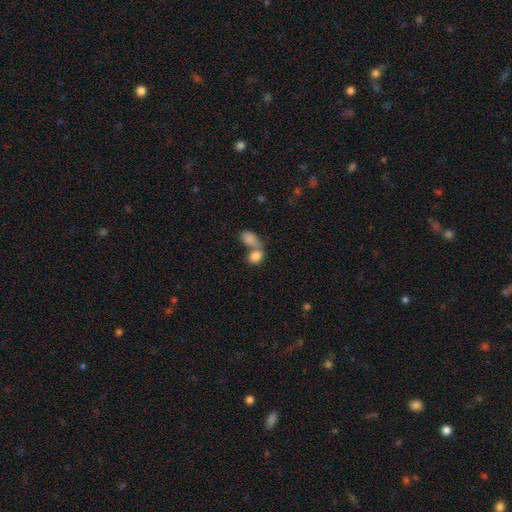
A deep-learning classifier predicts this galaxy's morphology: Smooth or featured? smooth (84%)
How rounded? in between (72%)
Merging? merger (62%)